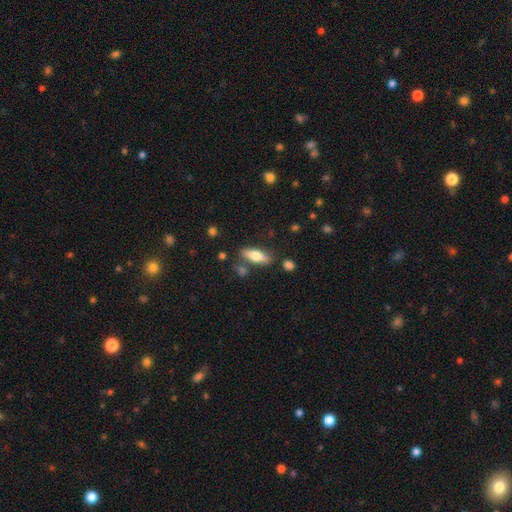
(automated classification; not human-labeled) Overall: smooth (63%; featured or disk 31%). How rounded: in between (58%; cigar-shaped 39%). Merging: none (78%).